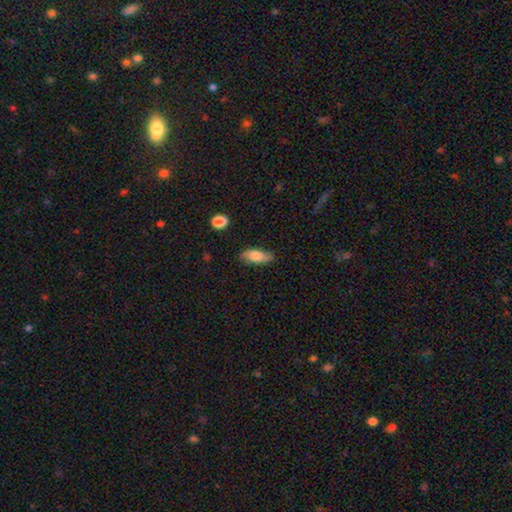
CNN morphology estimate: Smooth or featured: smooth — 74% (featured or disk — 19%)
How rounded: in between — 77% (cigar-shaped — 20%)
Merging: none — 80% (minor disturbance — 15%)